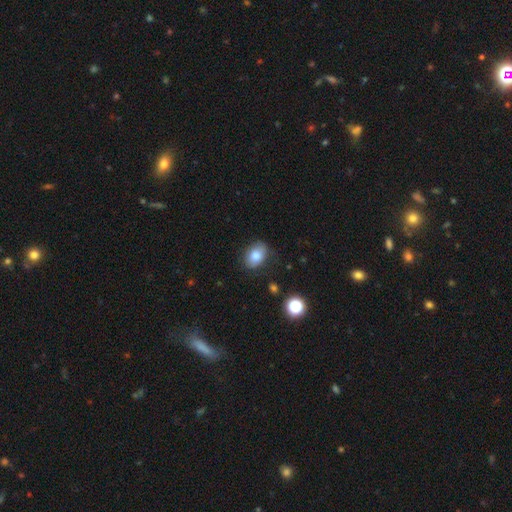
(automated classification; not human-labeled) The model was most divided on "how rounded": in between: 74%, round: 25%, cigar-shaped: 1%. More confident: smooth or featured — smooth (81%); merging — none (80%).